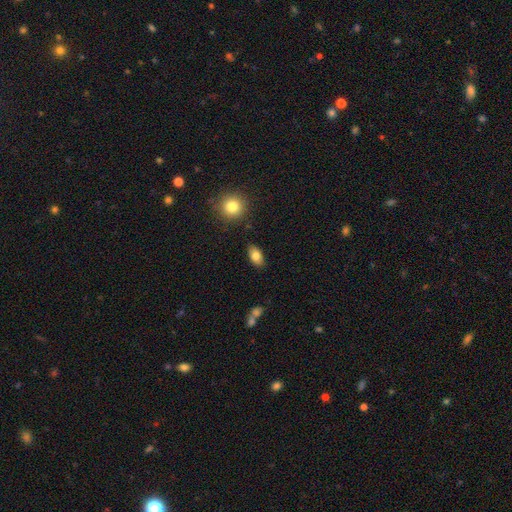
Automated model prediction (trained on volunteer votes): Smooth or featured? Predicted: smooth (p=0.80). How rounded? Predicted: in between (p=0.90). Merging? Predicted: none (p=0.85).